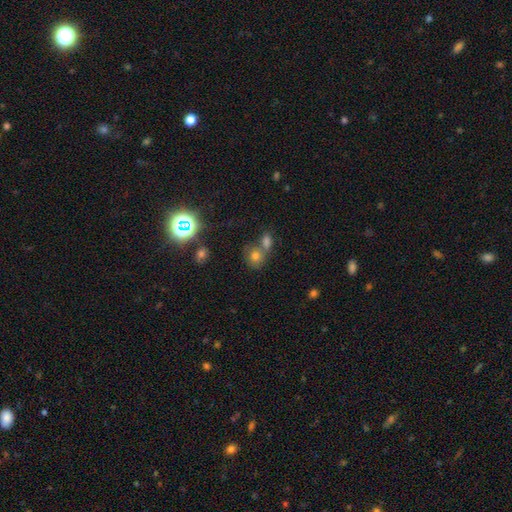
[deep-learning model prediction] This is likely a smooth galaxy (62%). How rounded: likely round (69%). Merging: possibly none (47%).